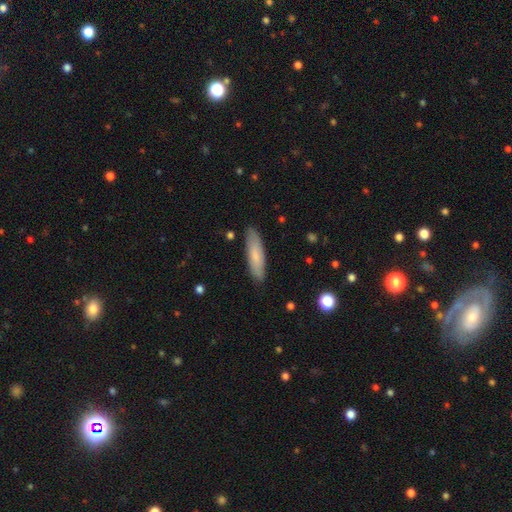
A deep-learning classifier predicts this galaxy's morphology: A smooth galaxy with no disk features (76%) that is cigar-shaped (66%). Merging: none (86%).